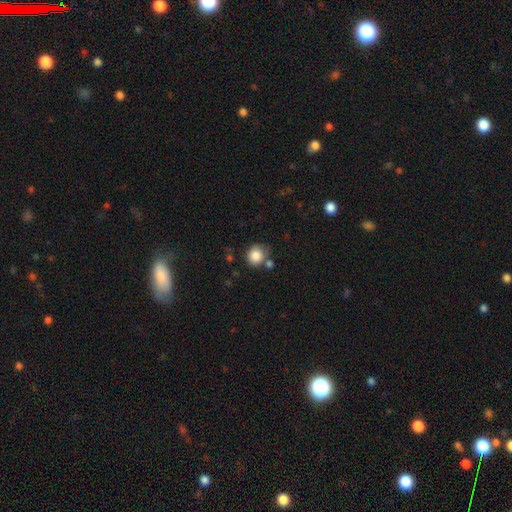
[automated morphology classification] smooth_or_featured: smooth (p=0.85) [alt: star or artifact p=0.09]
how_rounded: round (p=0.87) [alt: in between p=0.12]
merging: none (p=0.69) [alt: minor disturbance p=0.14]